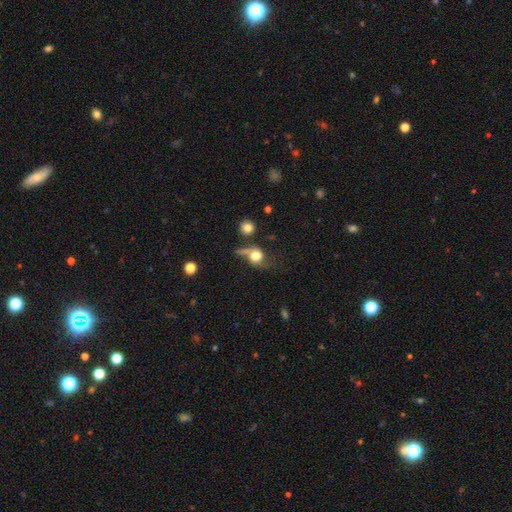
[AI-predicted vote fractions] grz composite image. It shows a smooth galaxy with no disk features (54%) that is round (66%). Merging: major disturbance (33%).